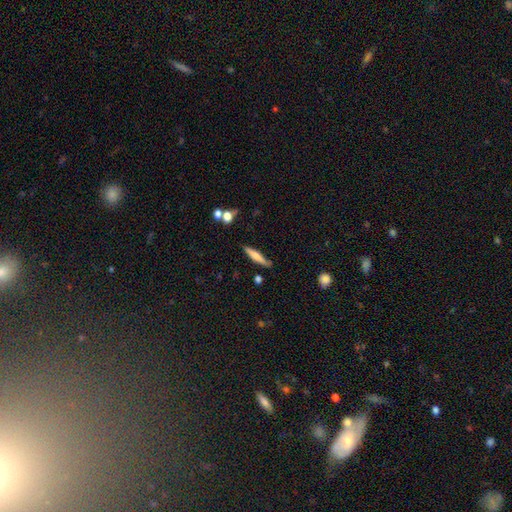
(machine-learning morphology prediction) Smooth or featured?
  - smooth: 56% *
  - featured or disk: 37%
  - star or artifact: 7%
How rounded?
  - cigar-shaped: 87% *
  - in between: 11%
  - round: 2%
Merging?
  - none: 79% *
  - minor disturbance: 14%
  - merger: 3%
  - major disturbance: 3%